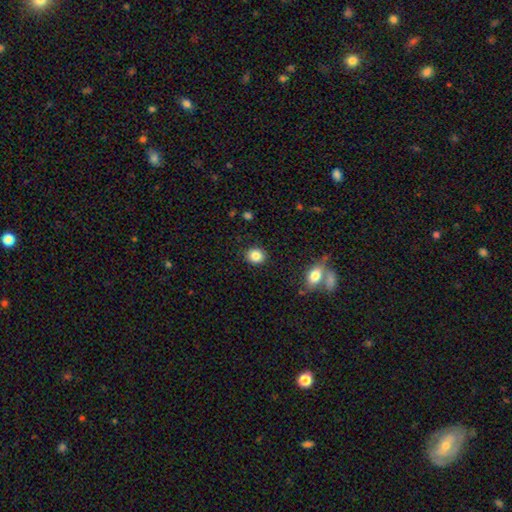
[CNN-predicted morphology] Smooth or featured? Predicted: smooth (p=0.85). How rounded? Predicted: round (p=0.74). Merging? Predicted: none (p=0.89).